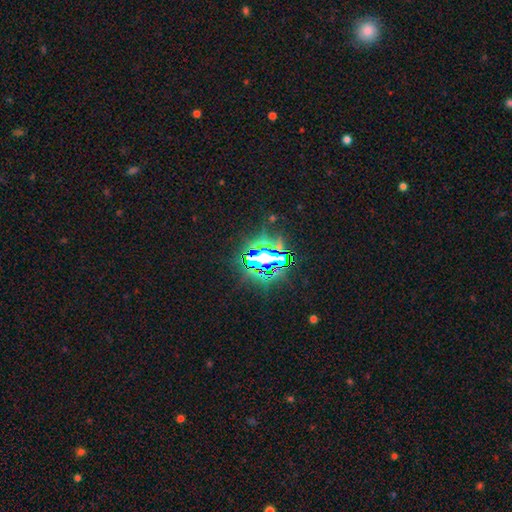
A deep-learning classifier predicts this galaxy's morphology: A star or artifact, not a galaxy (77%).

Vote fractions:
- Smooth or featured? star or artifact: 77% / smooth: 12% / featured or disk: 11%